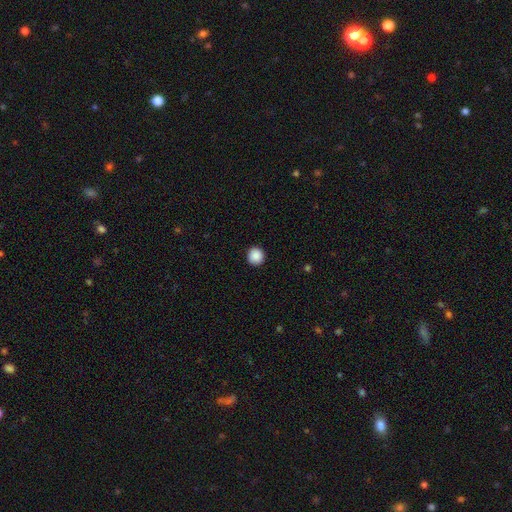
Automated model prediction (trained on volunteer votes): A smooth galaxy with no disk features (89%) that is round (95%).

Vote fractions:
- Smooth or featured? smooth: 89% / star or artifact: 9% / featured or disk: 2%
- How rounded? round: 95% / in between: 4% / cigar-shaped: 1%
- Merging? none: 93% / minor disturbance: 5% / major disturbance: 2% / merger: 1%